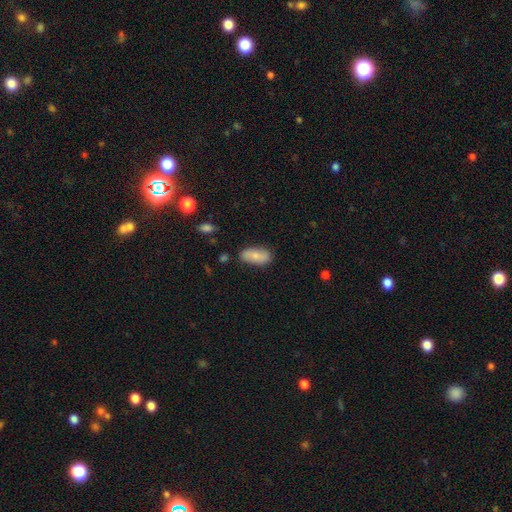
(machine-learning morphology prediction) smooth_or_featured: smooth (p=0.75) [alt: featured or disk p=0.18]
how_rounded: in between (p=0.90) [alt: cigar-shaped p=0.08]
merging: none (p=0.76) [alt: minor disturbance p=0.18]